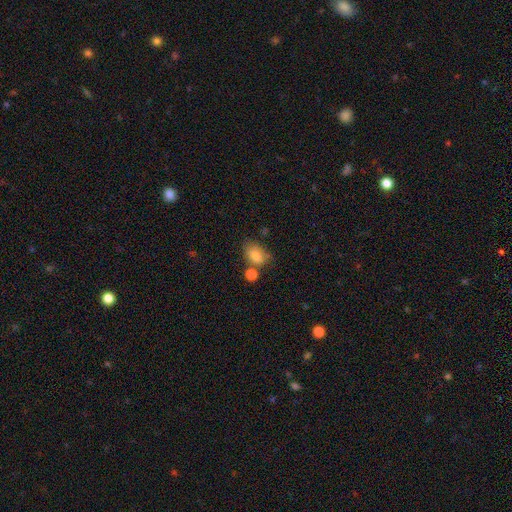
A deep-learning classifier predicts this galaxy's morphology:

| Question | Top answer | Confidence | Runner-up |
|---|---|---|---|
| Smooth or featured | smooth | 81% | star or artifact (10%) |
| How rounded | in between | 78% | round (20%) |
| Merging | none | 56% | minor disturbance (20%) |